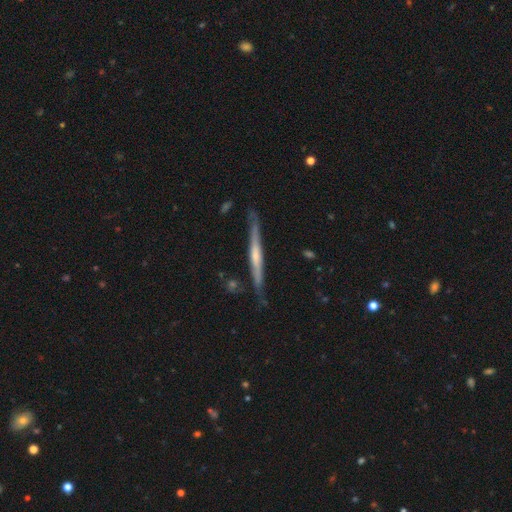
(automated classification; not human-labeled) Smooth or featured? featured or disk (66%)
Edge-on disk? yes (96%)
Edge-on bulge? none (47%)
Merging? none (79%)